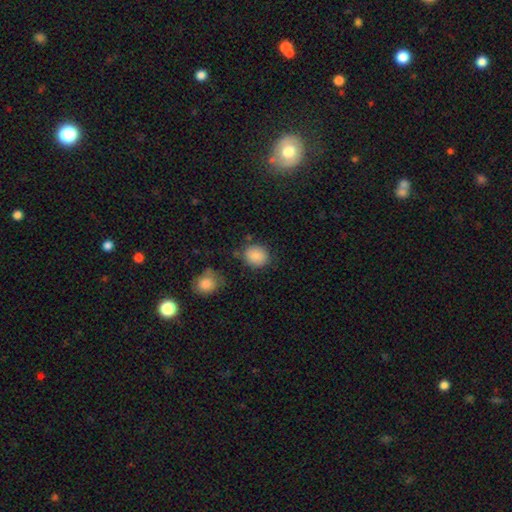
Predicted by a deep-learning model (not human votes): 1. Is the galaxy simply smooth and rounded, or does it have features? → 87% smooth, 9% star or artifact, 5% featured or disk.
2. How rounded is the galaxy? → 68% round, 31% in between, 1% cigar-shaped.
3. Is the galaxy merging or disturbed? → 78% none, 14% minor disturbance, 4% merger, 4% major disturbance.